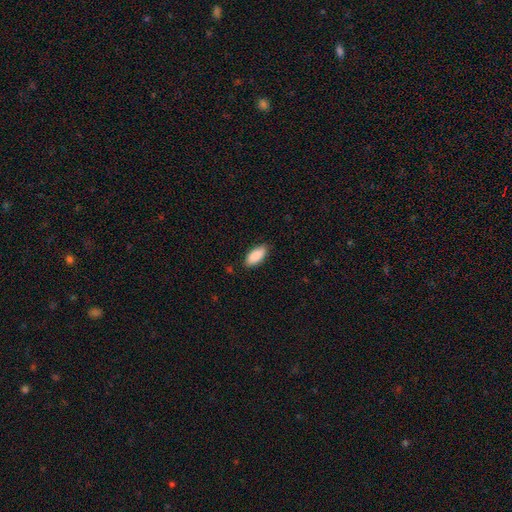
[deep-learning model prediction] smooth-or-featured: smooth: 90% | star or artifact: 6% | featured or disk: 4%
  how-rounded: in between: 88% | cigar-shaped: 10% | round: 2%
  merging: none: 85% | minor disturbance: 12% | major disturbance: 2% | merger: 1%